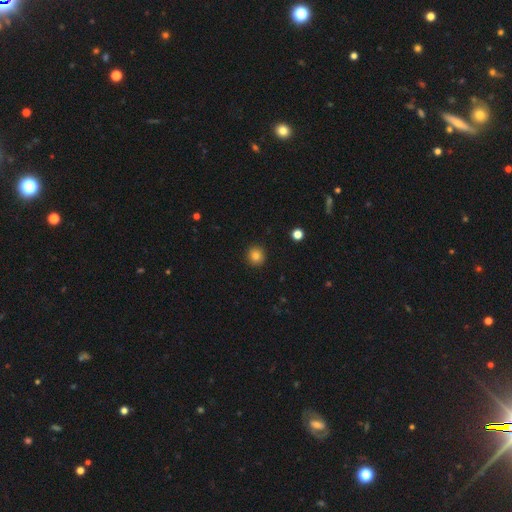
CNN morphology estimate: This appears to be a smooth galaxy with no disk features (83%) that is round (92%). Merging: none (92%).